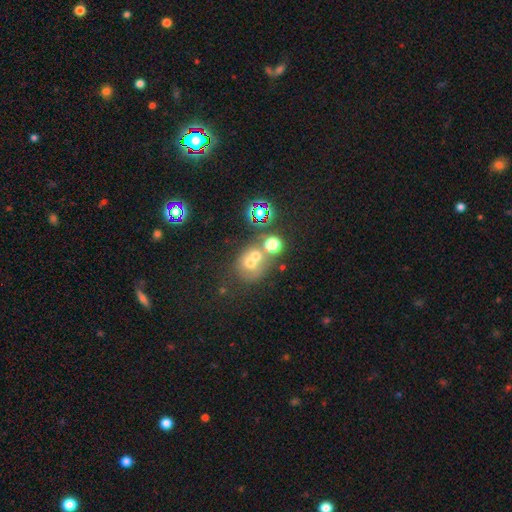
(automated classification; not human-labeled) Smooth or featured: smooth — 52% (featured or disk — 24%)
How rounded: round — 74% (in between — 25%)
Merging: merger — 53% (none — 34%)